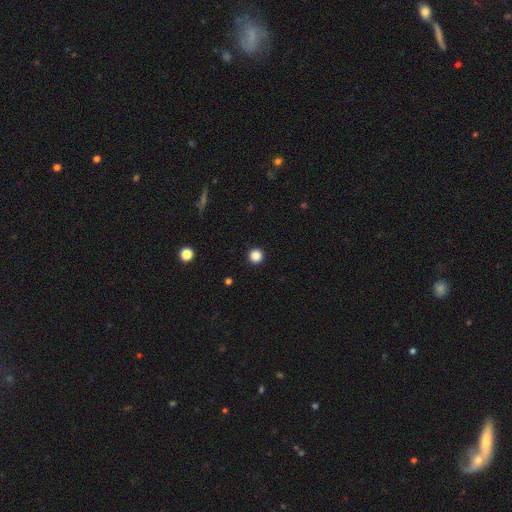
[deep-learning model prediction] The model was most divided on "smooth or featured": smooth: 87%, star or artifact: 11%, featured or disk: 3%. More confident: how rounded — round (96%); merging — none (94%).